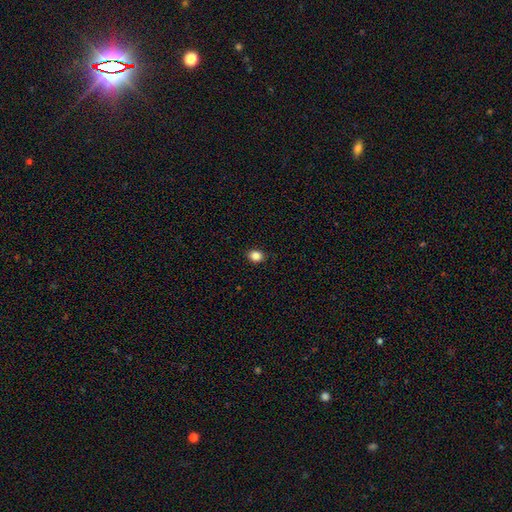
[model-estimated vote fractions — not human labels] smooth 85%, star or artifact 11%, featured or disk 4%. Down the decision tree: how rounded — round (53%); merging — none (90%).